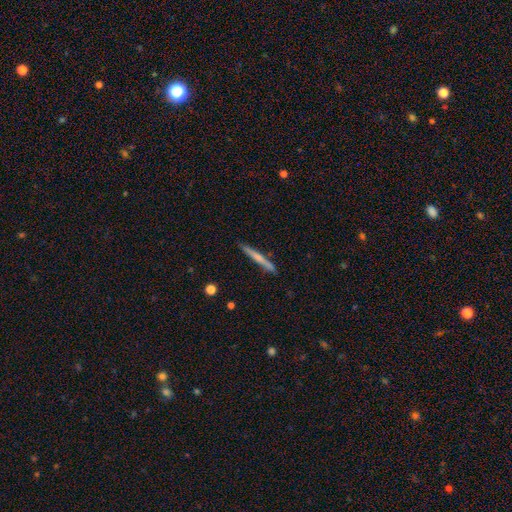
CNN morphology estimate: Smooth or featured? featured or disk (55%)
Edge-on disk? yes (97%)
Edge-on bulge? none (49%)
Merging? none (90%)